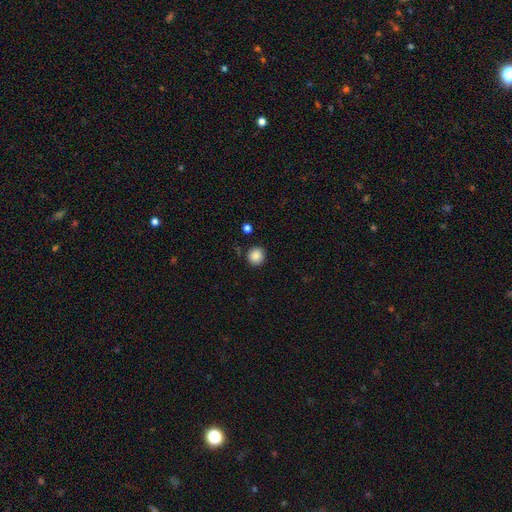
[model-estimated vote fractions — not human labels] This appears to be a smooth galaxy with no disk features (87%) that is round (93%). Merging: none (89%).